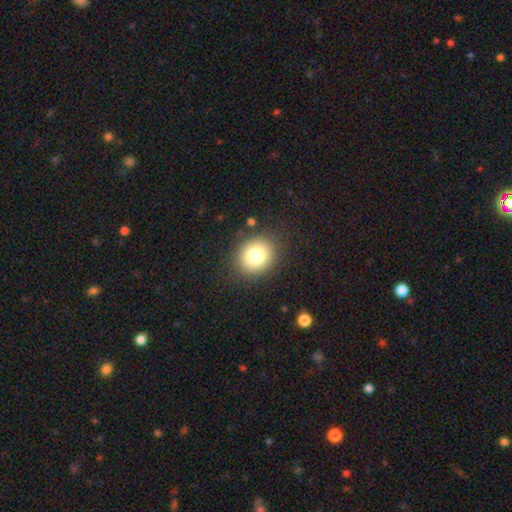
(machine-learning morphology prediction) Smooth or featured: smooth — 80% (star or artifact — 11%)
How rounded: round — 68% (in between — 31%)
Merging: none — 86% (minor disturbance — 9%)